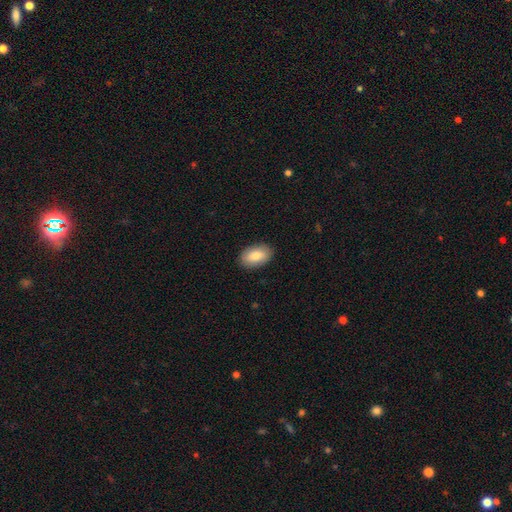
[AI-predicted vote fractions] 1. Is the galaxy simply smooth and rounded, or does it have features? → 85% smooth, 10% featured or disk, 6% star or artifact.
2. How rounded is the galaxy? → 94% in between, 5% round, 1% cigar-shaped.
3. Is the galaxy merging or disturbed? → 89% none, 8% minor disturbance, 2% major disturbance, 1% merger.